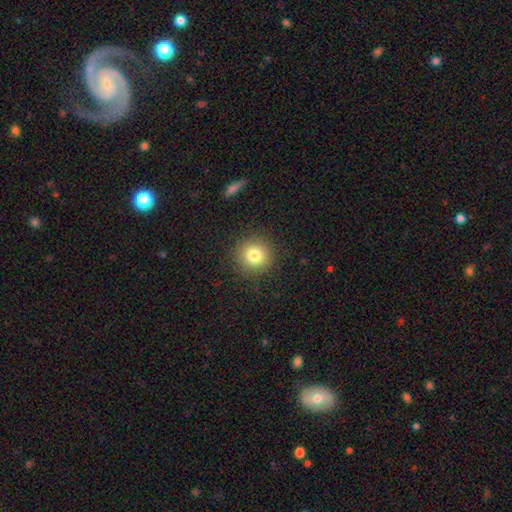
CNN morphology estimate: A smooth galaxy with no disk features (79%) that is round (94%). Merging: none (92%).